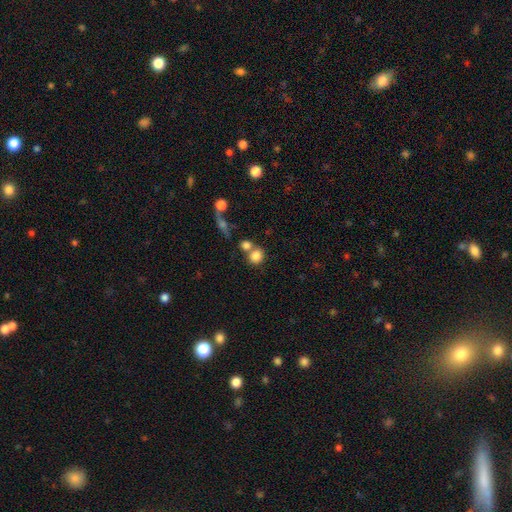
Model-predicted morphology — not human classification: type=smooth (81%); roundness=round (78%); merging=none (50%).